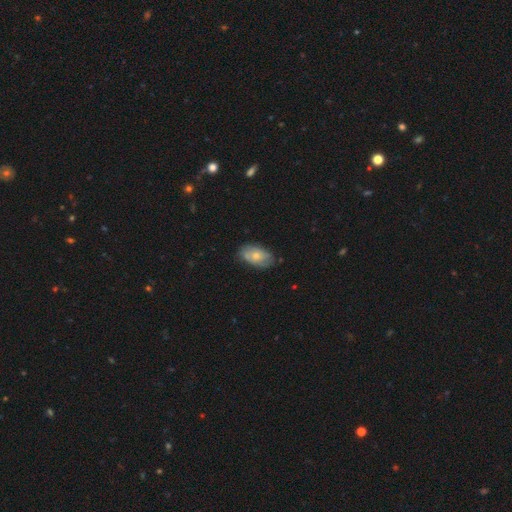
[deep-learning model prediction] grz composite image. It shows a smooth galaxy with no disk features (60%) that is in between round and cigar-shaped (91%). Merging: none (69%).